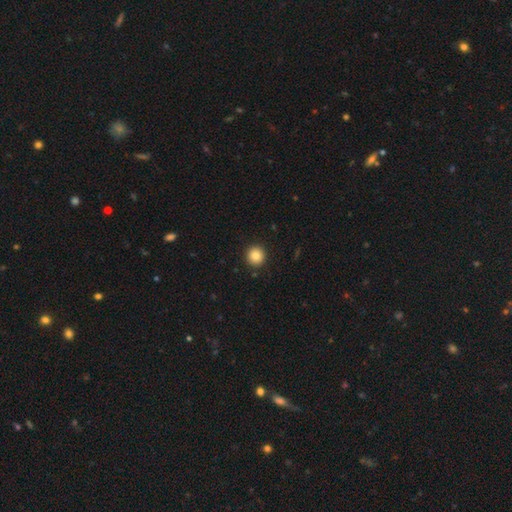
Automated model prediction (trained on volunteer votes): Morphology: type=smooth (86%); roundness=round (94%); merging=none (92%).